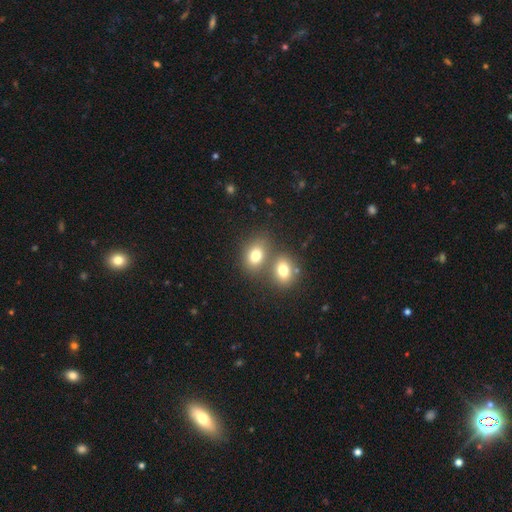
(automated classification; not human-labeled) smooth_or_featured: smooth (p=0.77) [alt: featured or disk p=0.12]
how_rounded: in between (p=0.65) [alt: round p=0.34]
merging: none (p=0.45) [alt: merger p=0.43]